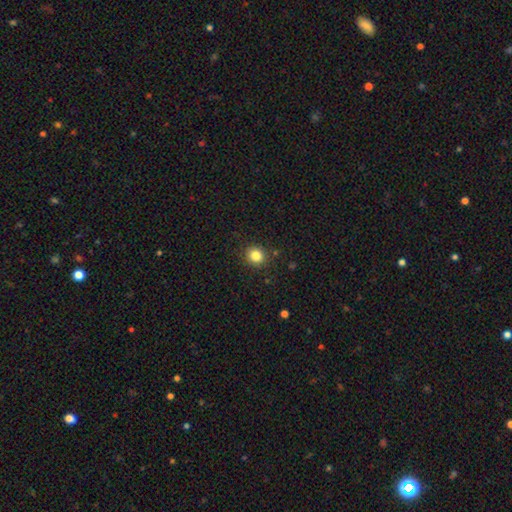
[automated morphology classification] This appears to be a smooth galaxy with no disk features (83%) that is round (86%). Merging: none (89%).